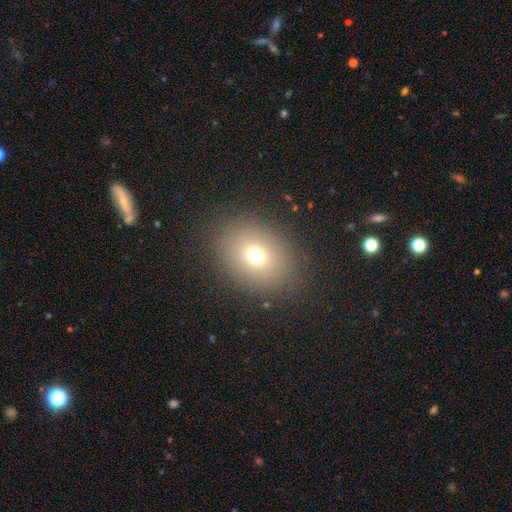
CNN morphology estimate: Smooth or featured? smooth (70%)
How rounded? in between (54%)
Merging? none (86%)